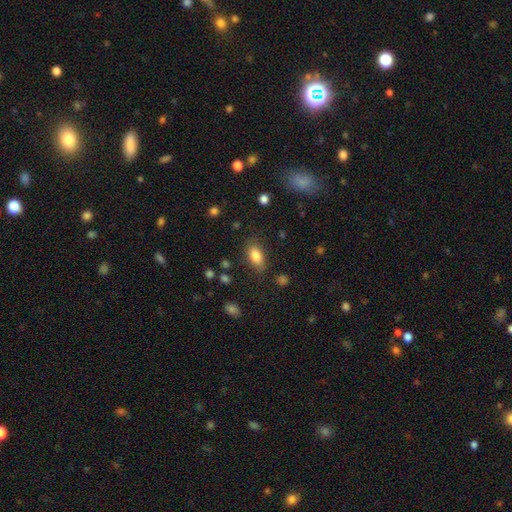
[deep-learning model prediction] A smooth galaxy with no disk features (83%) that is in between round and cigar-shaped (88%). Merging: none (78%).